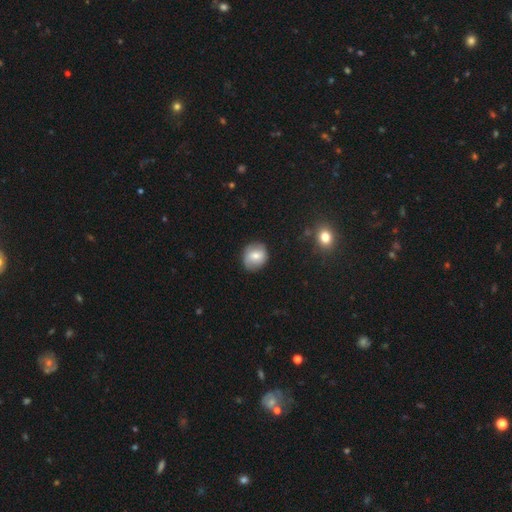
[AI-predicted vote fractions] A smooth galaxy with no disk features (65%) that is round (74%). Merging: none (80%).